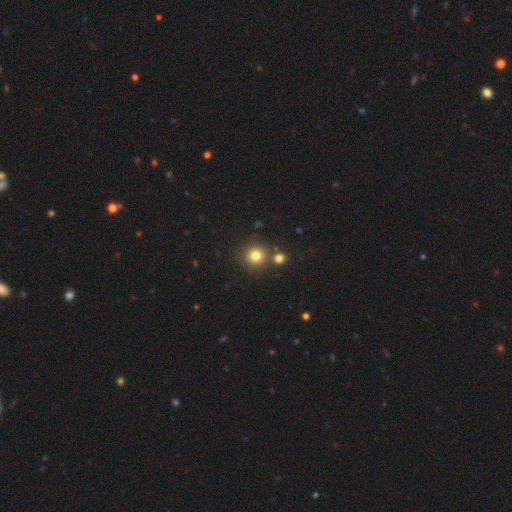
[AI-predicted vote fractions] Q: Smooth or featured?
A: smooth (80%); runner-up: star or artifact (14%)
Q: How rounded?
A: round (93%); runner-up: in between (6%)
Q: Merging?
A: none (80%); runner-up: merger (11%)